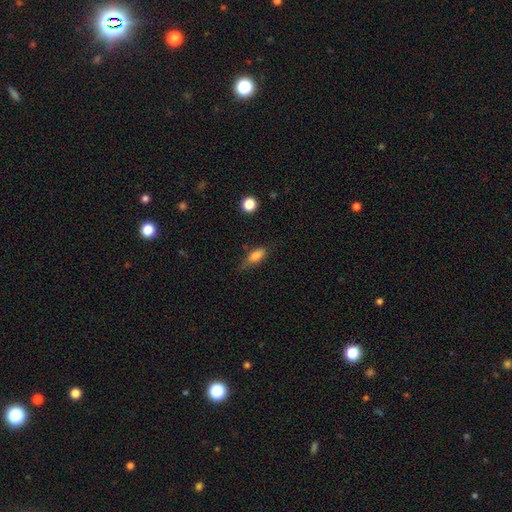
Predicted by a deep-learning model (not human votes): Overall: smooth (80%). How rounded: in between (74%). Merging: none (59%; minor disturbance 30%).